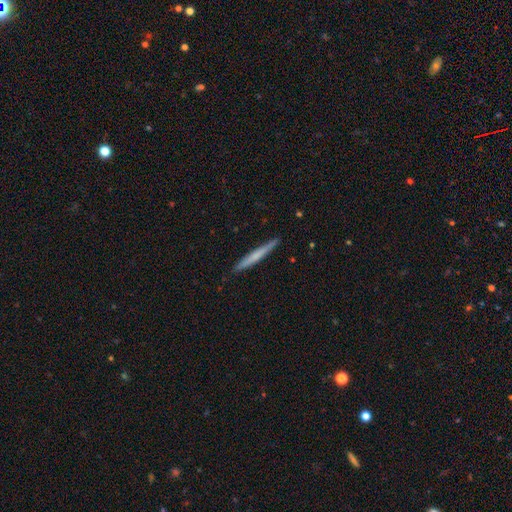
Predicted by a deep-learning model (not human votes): smooth-or-featured: smooth: 52% | featured or disk: 42% | star or artifact: 5%
  how-rounded: cigar-shaped: 97% | in between: 2% | round: 1%
  merging: none: 90% | minor disturbance: 7% | major disturbance: 1% | merger: 1%